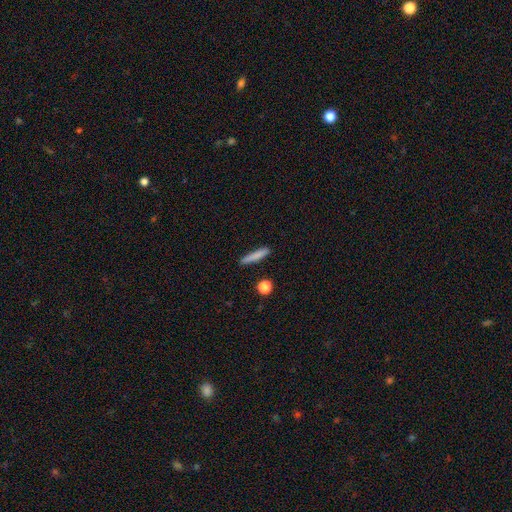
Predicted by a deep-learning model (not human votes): smooth-or-featured: smooth: 80% | featured or disk: 13% | star or artifact: 7%
  how-rounded: cigar-shaped: 91% | in between: 7% | round: 2%
  merging: none: 87% | minor disturbance: 8% | merger: 2% | major disturbance: 2%